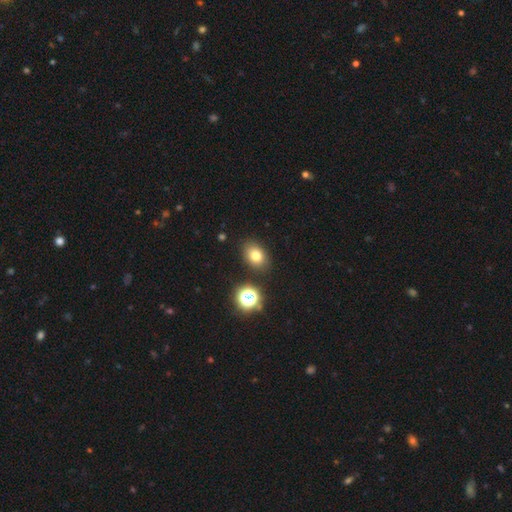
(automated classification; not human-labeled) Smooth or featured? Predicted: smooth (p=0.78). How rounded? Predicted: in between (p=0.65). Merging? Predicted: none (p=0.86).